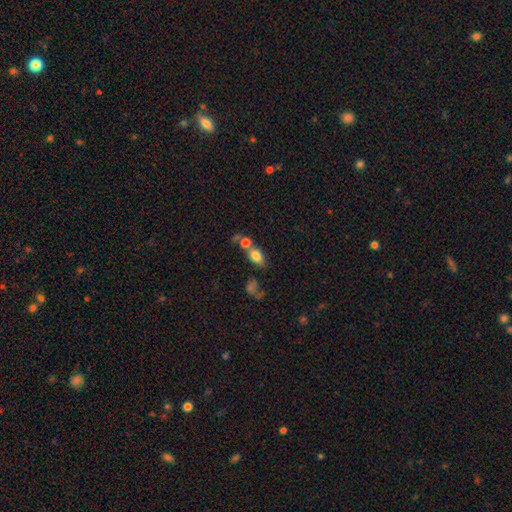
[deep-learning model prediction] Smooth or featured? Predicted: smooth (p=0.76). How rounded? Predicted: in between (p=0.71). Merging? Predicted: none (p=0.41).